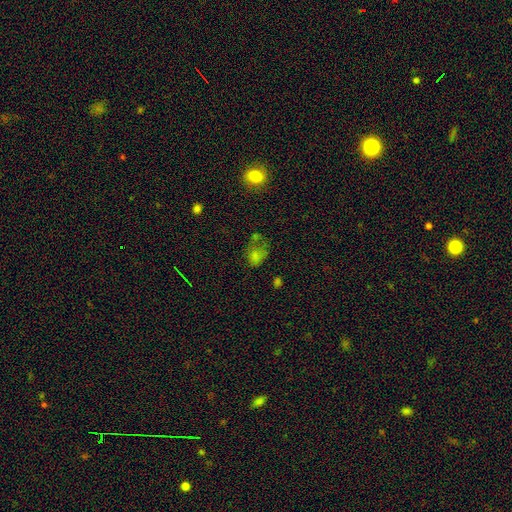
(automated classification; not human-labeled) Smooth or featured?
  - smooth: 64% *
  - star or artifact: 21%
  - featured or disk: 15%
How rounded?
  - in between: 68% *
  - round: 30%
  - cigar-shaped: 2%
Merging?
  - none: 33% *
  - major disturbance: 24%
  - minor disturbance: 23%
  - merger: 19%